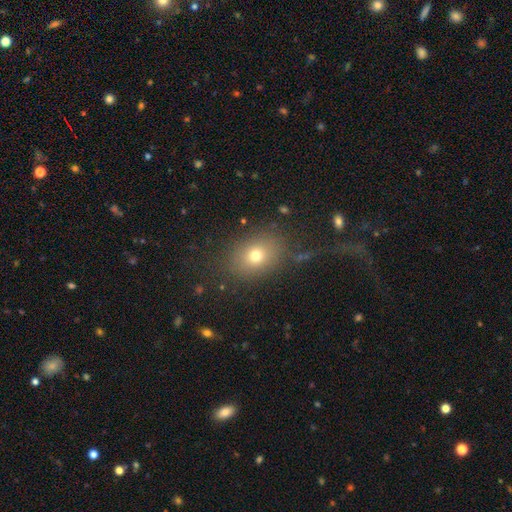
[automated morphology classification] Smooth or featured: smooth — 73% (star or artifact — 15%)
How rounded: in between — 59% (round — 39%)
Merging: none — 79% (minor disturbance — 11%)